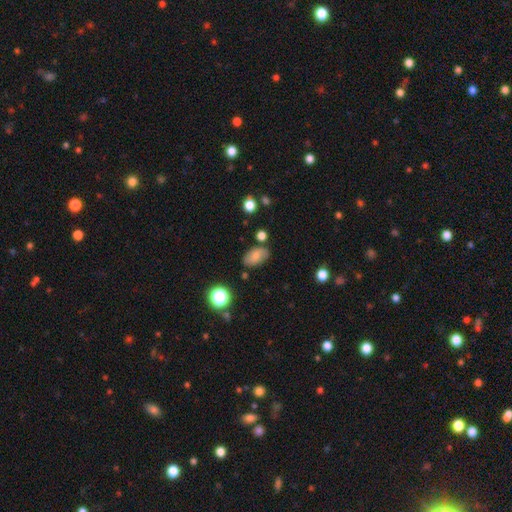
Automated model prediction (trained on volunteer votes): Smooth or featured?
  - smooth: 76% *
  - featured or disk: 14%
  - star or artifact: 10%
How rounded?
  - in between: 91% *
  - round: 7%
  - cigar-shaped: 2%
Merging?
  - none: 77% *
  - minor disturbance: 15%
  - merger: 4%
  - major disturbance: 4%